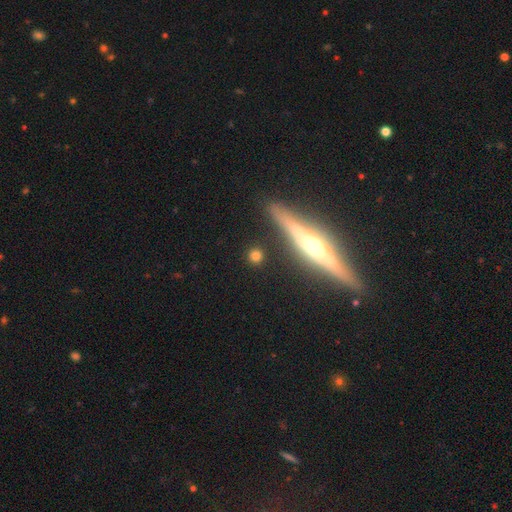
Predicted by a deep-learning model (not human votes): A smooth galaxy with no disk features (76%) that is round (83%).

Vote fractions:
- Smooth or featured? smooth: 76% / featured or disk: 13% / star or artifact: 12%
- How rounded? round: 83% / in between: 10% / cigar-shaped: 7%
- Merging? none: 85% / minor disturbance: 8% / merger: 5% / major disturbance: 3%